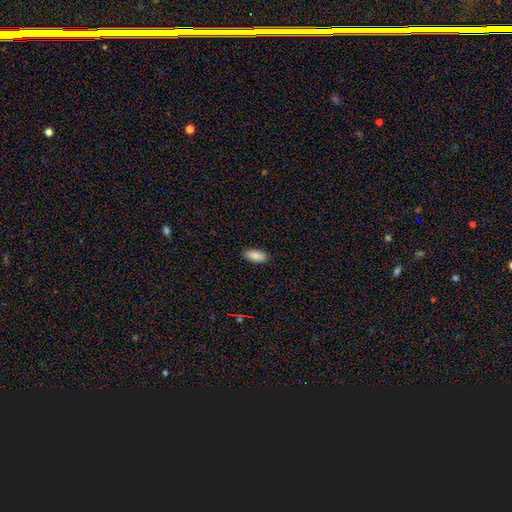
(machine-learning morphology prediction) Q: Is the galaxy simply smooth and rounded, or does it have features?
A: smooth — 88%.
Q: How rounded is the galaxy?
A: in between — 88%.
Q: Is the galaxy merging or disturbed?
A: none — 89%.